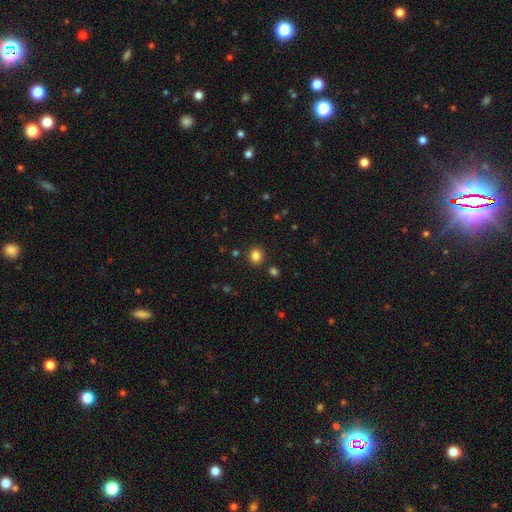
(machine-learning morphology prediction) This appears to be a smooth galaxy with no disk features (83%) that is round (86%). Merging: none (88%).